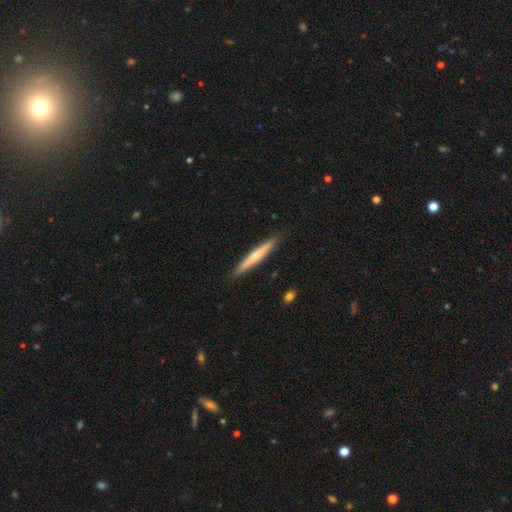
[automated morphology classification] Overall: smooth (54%; featured or disk 41%). How rounded: cigar-shaped (96%). Merging: none (89%).